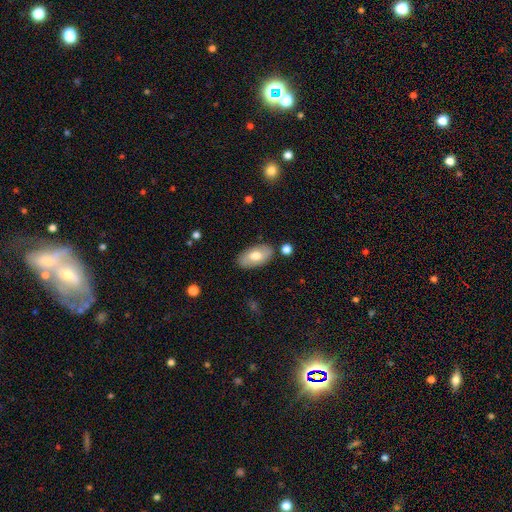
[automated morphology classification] Q: Smooth or featured?
A: smooth (64%); runner-up: featured or disk (30%)
Q: How rounded?
A: in between (94%); runner-up: round (4%)
Q: Merging?
A: none (84%); runner-up: minor disturbance (11%)